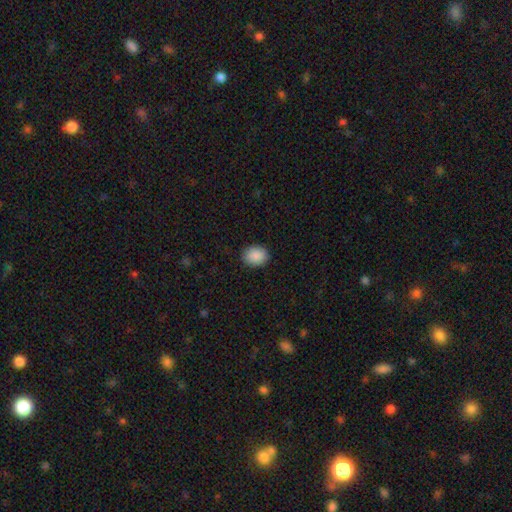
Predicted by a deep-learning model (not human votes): Smooth or featured: smooth — 90% (star or artifact — 8%)
How rounded: in between — 55% (round — 44%)
Merging: none — 88% (minor disturbance — 9%)